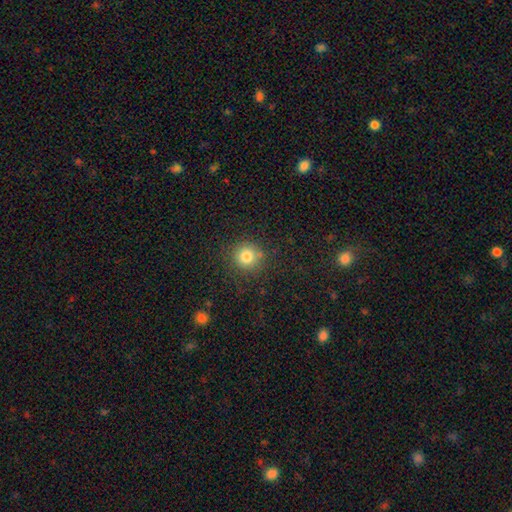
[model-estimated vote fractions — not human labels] Smooth or featured? Predicted: smooth (p=0.69). How rounded? Predicted: round (p=0.94). Merging? Predicted: none (p=0.91).